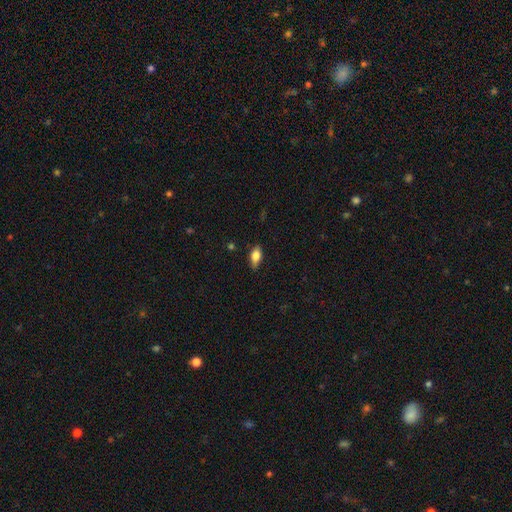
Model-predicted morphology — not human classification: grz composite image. It shows a smooth galaxy with no disk features (75%) that is in between round and cigar-shaped (85%). Merging: none (80%).